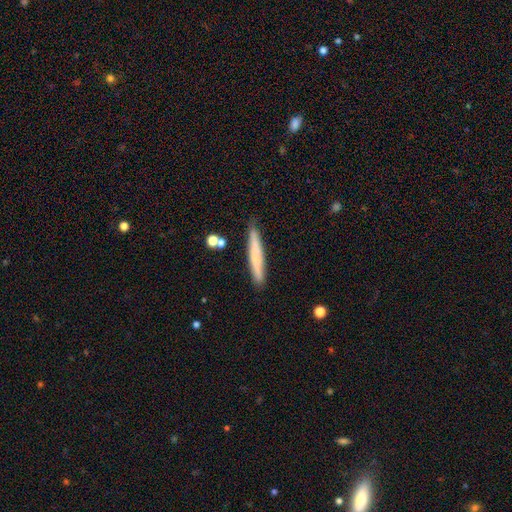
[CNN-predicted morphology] Overall: smooth (66%; featured or disk 27%). How rounded: cigar-shaped (95%). Merging: none (85%).